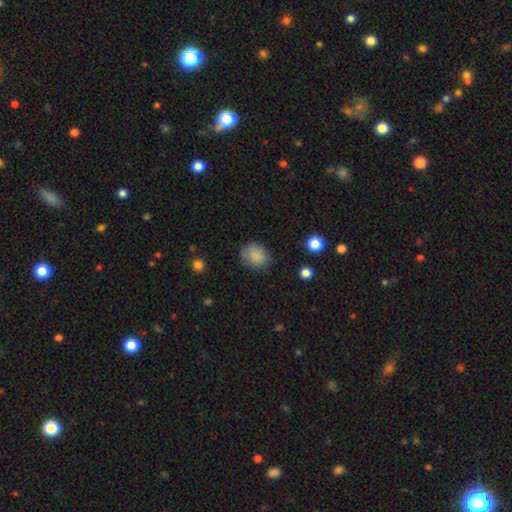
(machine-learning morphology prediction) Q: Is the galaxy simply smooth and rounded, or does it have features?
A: smooth — 84%.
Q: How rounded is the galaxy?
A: round — 56%.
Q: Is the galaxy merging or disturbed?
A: none — 70%.